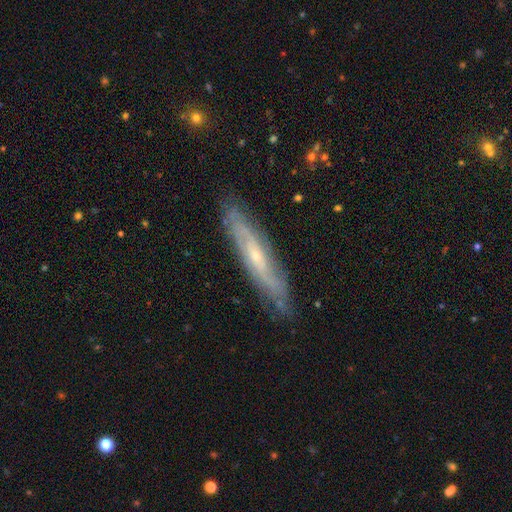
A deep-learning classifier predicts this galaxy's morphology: Smooth or featured? Predicted: featured or disk (p=0.74). Edge-on disk? Predicted: yes (p=0.52). Merging? Predicted: none (p=0.83).